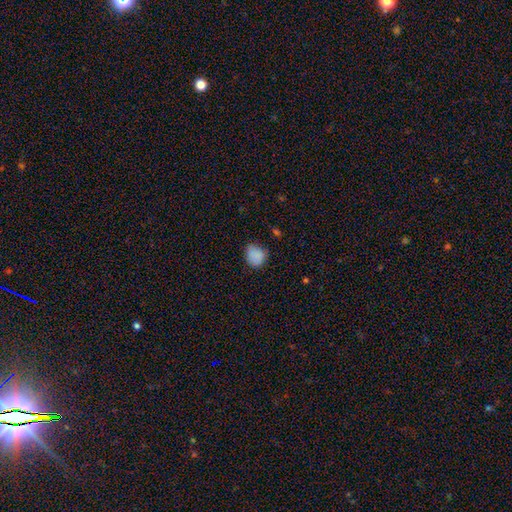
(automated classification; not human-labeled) Q: Smooth or featured?
A: smooth (86%); runner-up: star or artifact (9%)
Q: How rounded?
A: round (65%); runner-up: in between (34%)
Q: Merging?
A: none (68%); runner-up: minor disturbance (26%)